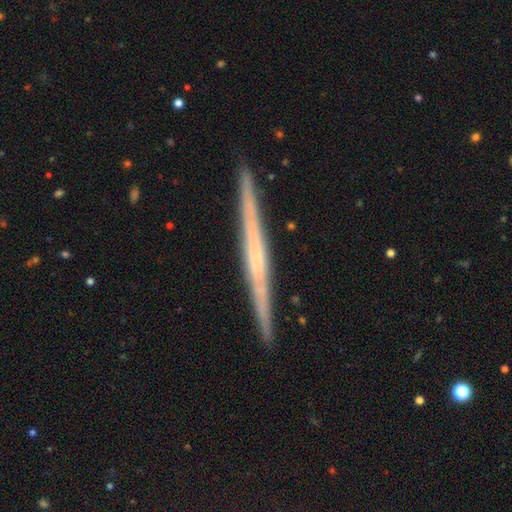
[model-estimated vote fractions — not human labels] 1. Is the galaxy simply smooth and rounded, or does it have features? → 74% featured or disk, 20% smooth, 6% star or artifact.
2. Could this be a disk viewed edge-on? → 98% yes, 2% no.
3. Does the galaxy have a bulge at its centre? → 61% none, 26% rounded, 13% boxy.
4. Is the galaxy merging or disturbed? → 92% none, 6% minor disturbance, 1% major disturbance, 1% merger.